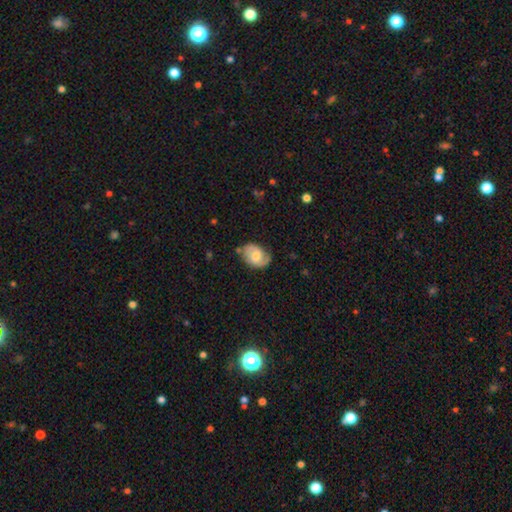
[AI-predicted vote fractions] Morphology: type=featured or disk (54%); edge-on=no (97%); bar=no (49%); spiral arms=yes (84%); bulge=moderate (58%); merging=none (66%).